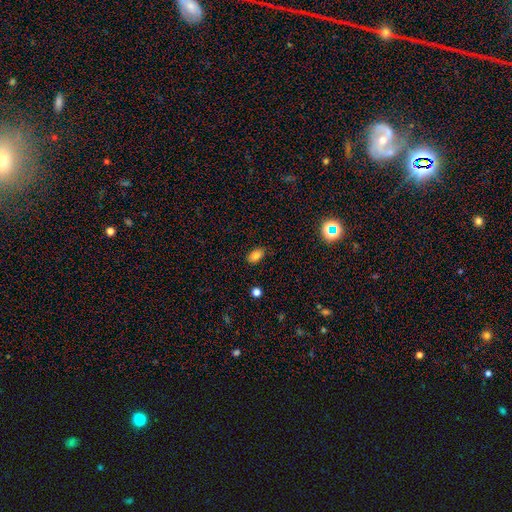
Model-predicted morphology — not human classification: This appears to be a smooth galaxy with no disk features (82%) that is in between round and cigar-shaped (89%). Merging: none (82%).